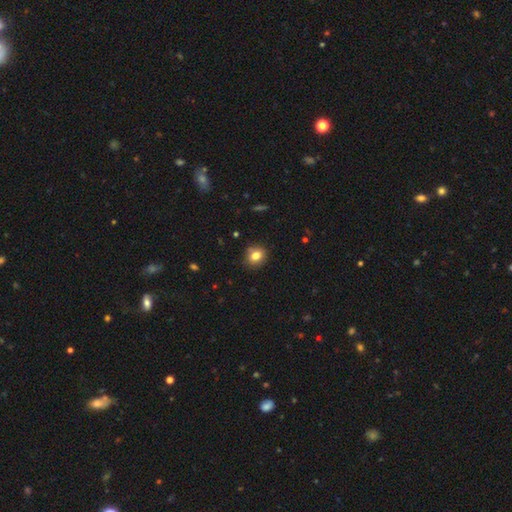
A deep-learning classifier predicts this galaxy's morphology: Smooth or featured?
  - smooth: 80% *
  - star or artifact: 11%
  - featured or disk: 9%
How rounded?
  - round: 67% *
  - in between: 32%
  - cigar-shaped: 1%
Merging?
  - none: 83% *
  - minor disturbance: 12%
  - major disturbance: 2%
  - merger: 2%